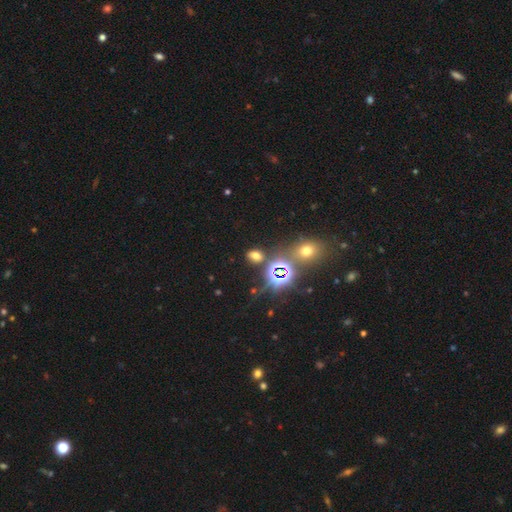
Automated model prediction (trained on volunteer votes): Smooth or featured?
  - smooth: 55% *
  - star or artifact: 37%
  - featured or disk: 8%
How rounded?
  - in between: 70% *
  - round: 27%
  - cigar-shaped: 3%
Merging?
  - none: 80% *
  - minor disturbance: 10%
  - merger: 6%
  - major disturbance: 4%